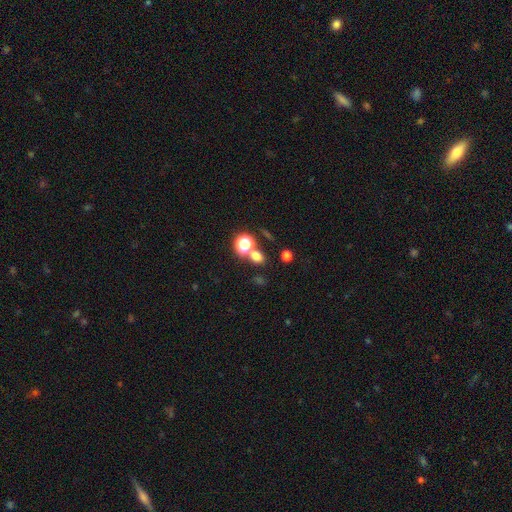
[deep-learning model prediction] Smooth or featured? Predicted: smooth (p=0.68). How rounded? Predicted: round (p=0.63). Merging? Predicted: none (p=0.67).